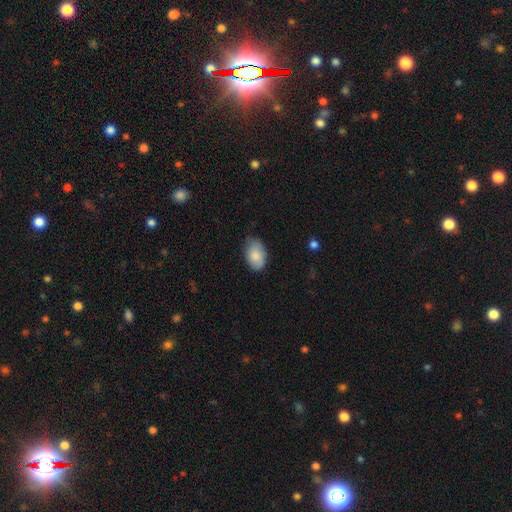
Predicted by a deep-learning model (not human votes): The model was most divided on "merging": none: 68%, minor disturbance: 26%, major disturbance: 4%, merger: 1%. More confident: how rounded — in between (89%); smooth or featured — smooth (83%).